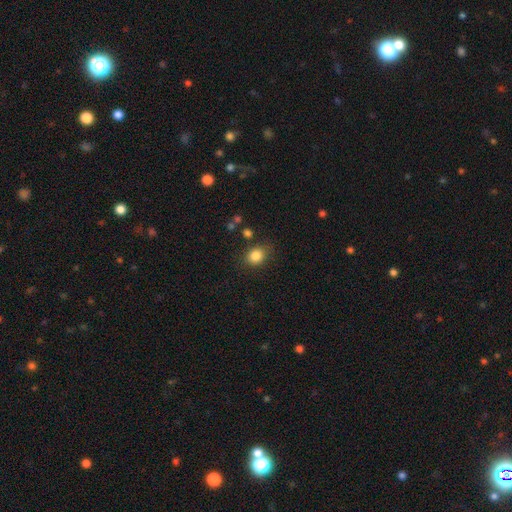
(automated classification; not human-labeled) Smooth or featured: smooth — 84% (star or artifact — 11%)
How rounded: round — 62% (in between — 37%)
Merging: none — 79% (minor disturbance — 13%)